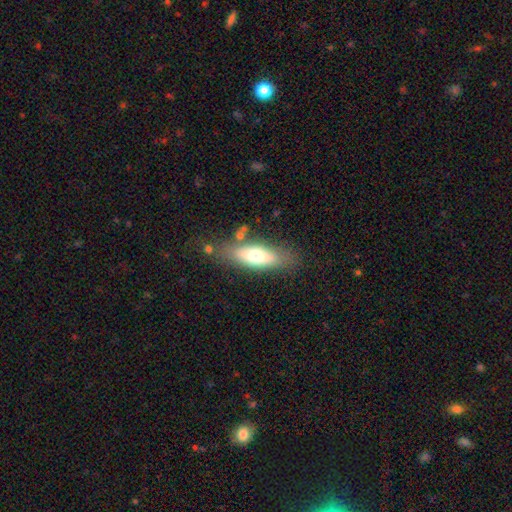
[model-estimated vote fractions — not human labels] smooth-or-featured: smooth: 62% | featured or disk: 31% | star or artifact: 7%
  how-rounded: in between: 61% | cigar-shaped: 36% | round: 3%
  merging: none: 72% | minor disturbance: 16% | merger: 6% | major disturbance: 6%